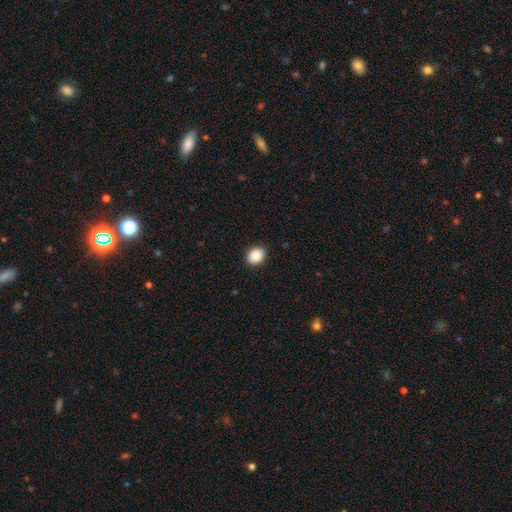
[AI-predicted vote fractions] Q: Smooth or featured?
A: smooth (89%); runner-up: star or artifact (8%)
Q: How rounded?
A: in between (53%); runner-up: round (46%)
Q: Merging?
A: none (90%); runner-up: minor disturbance (7%)